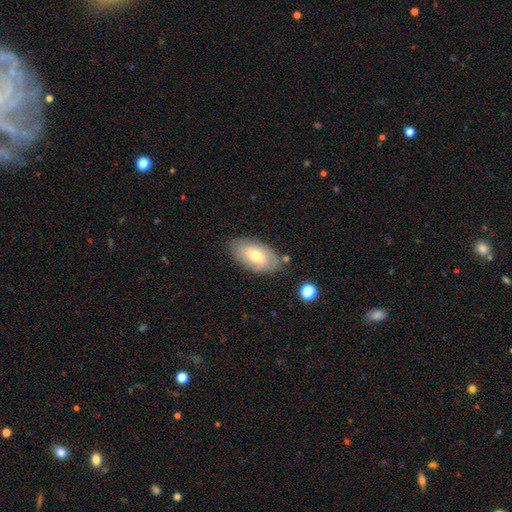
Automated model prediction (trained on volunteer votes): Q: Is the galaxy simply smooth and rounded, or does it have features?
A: smooth — 64%.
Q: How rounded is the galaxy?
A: in between — 94%.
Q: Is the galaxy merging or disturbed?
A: none — 75%.